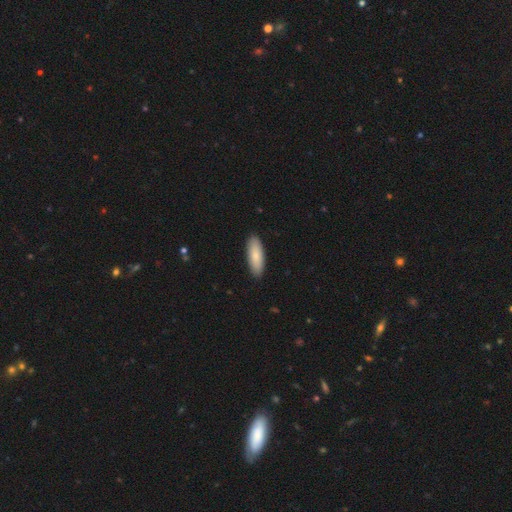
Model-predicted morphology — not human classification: smooth 84%, featured or disk 11%, star or artifact 5%. Down the decision tree: how rounded — in between (67%); merging — none (90%).